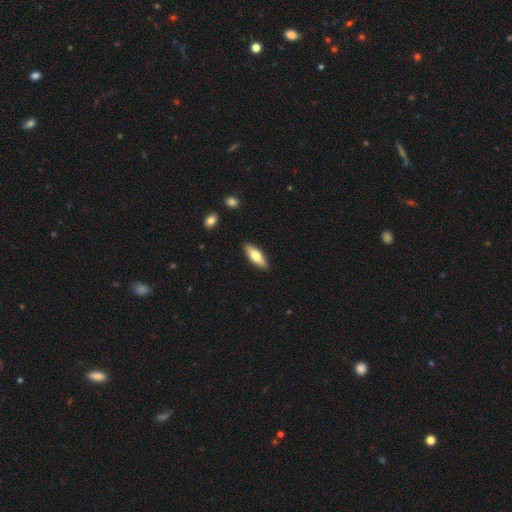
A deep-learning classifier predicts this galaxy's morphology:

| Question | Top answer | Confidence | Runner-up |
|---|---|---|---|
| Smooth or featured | smooth | 64% | featured or disk (31%) |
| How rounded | in between | 59% | cigar-shaped (39%) |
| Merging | none | 89% | minor disturbance (8%) |